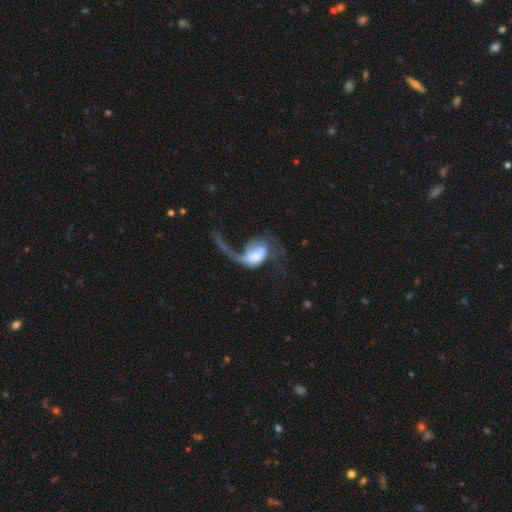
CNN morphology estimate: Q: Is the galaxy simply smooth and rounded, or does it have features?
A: featured or disk — 59%.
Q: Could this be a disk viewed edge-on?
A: no — 95%.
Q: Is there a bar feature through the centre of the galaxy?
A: no — 57%.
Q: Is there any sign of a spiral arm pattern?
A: yes — 69%.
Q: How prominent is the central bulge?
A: moderate — 36%.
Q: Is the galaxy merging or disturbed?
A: major disturbance — 63%.